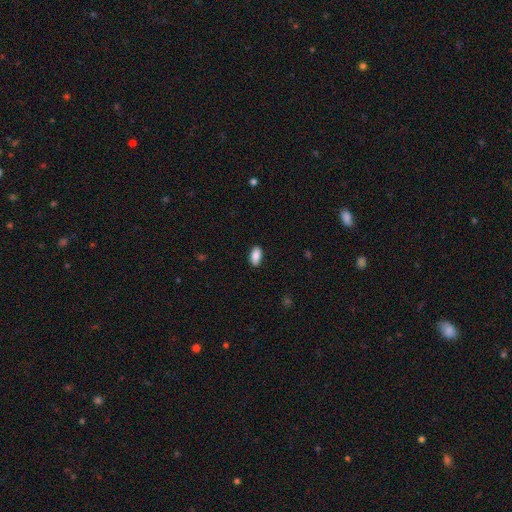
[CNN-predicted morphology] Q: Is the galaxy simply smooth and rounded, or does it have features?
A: smooth — 89%.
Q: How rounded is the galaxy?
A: in between — 91%.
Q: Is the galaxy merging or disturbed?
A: none — 89%.